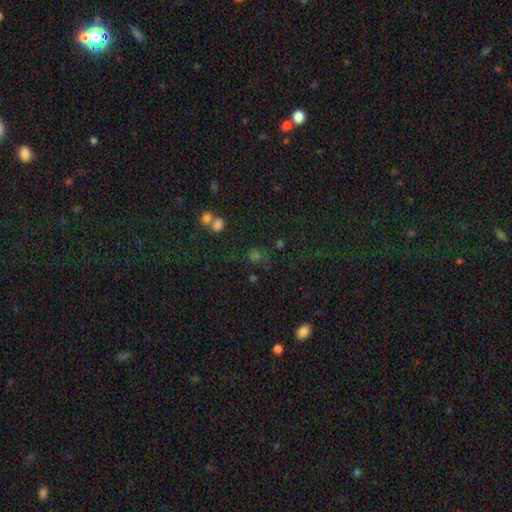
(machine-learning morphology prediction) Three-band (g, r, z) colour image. It shows a smooth galaxy with no disk features (46%). Merging: none (61%).